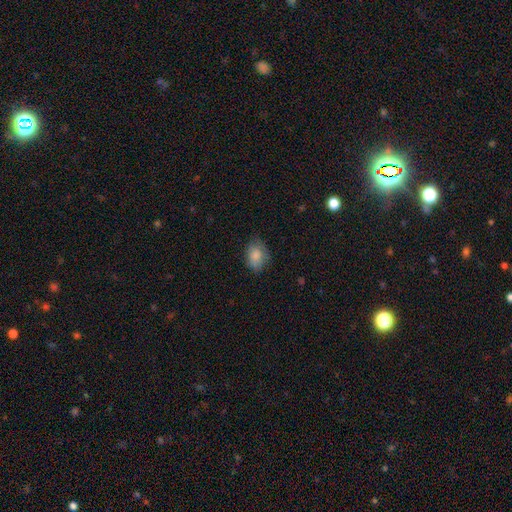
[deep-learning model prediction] smooth_or_featured: smooth (p=0.84) [alt: featured or disk p=0.09]
how_rounded: in between (p=0.76) [alt: round p=0.23]
merging: none (p=0.71) [alt: minor disturbance p=0.22]